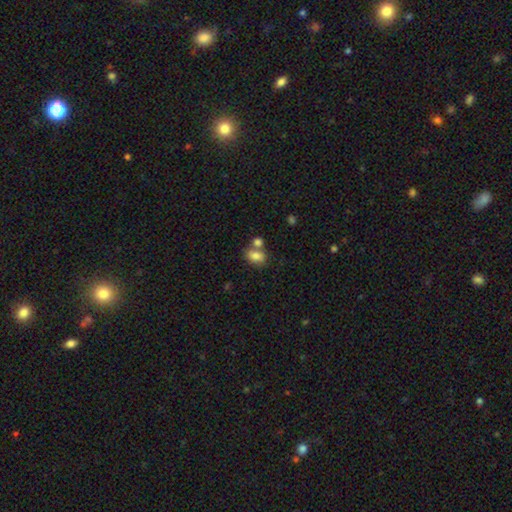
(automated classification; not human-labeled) Smooth or featured? Predicted: smooth (p=0.81). How rounded? Predicted: in between (p=0.78). Merging? Predicted: none (p=0.44).